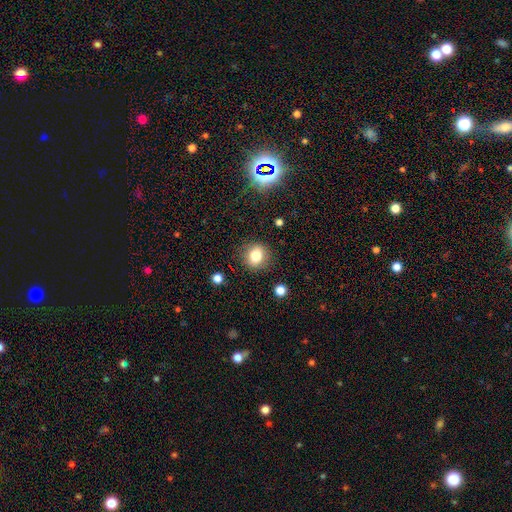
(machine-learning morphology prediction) Smooth or featured? Predicted: smooth (p=0.77). How rounded? Predicted: round (p=0.79). Merging? Predicted: none (p=0.86).